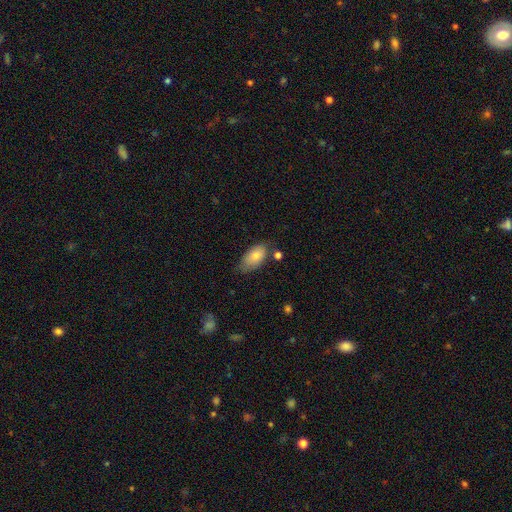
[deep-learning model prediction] A smooth galaxy with no disk features (81%) that is in between round and cigar-shaped (93%). Merging: none (61%).